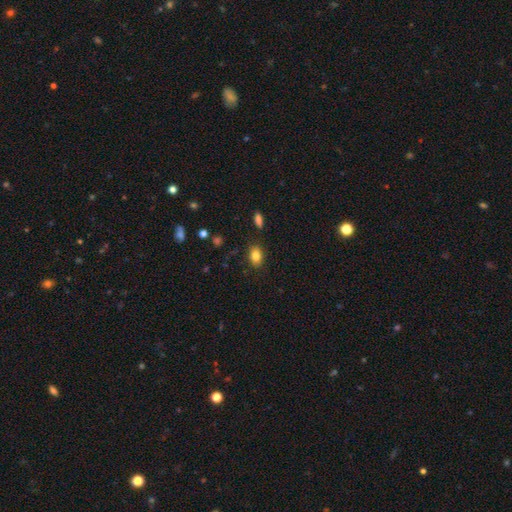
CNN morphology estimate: smooth-or-featured: smooth: 83% | star or artifact: 9% | featured or disk: 8%
  how-rounded: in between: 79% | round: 19% | cigar-shaped: 2%
  merging: none: 85% | minor disturbance: 11% | major disturbance: 3% | merger: 2%